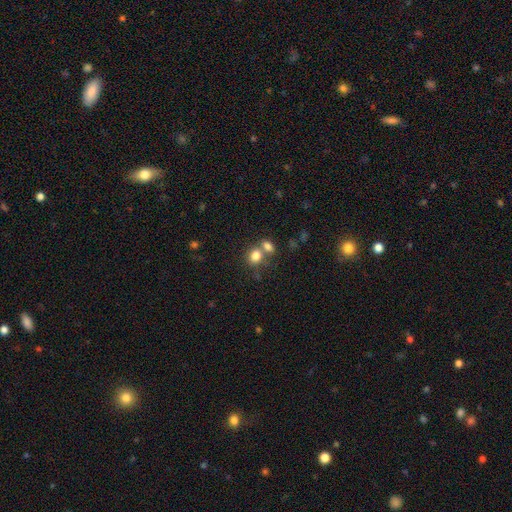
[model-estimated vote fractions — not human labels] Smooth or featured: smooth — 80% (star or artifact — 11%)
How rounded: round — 57% (in between — 42%)
Merging: merger — 45% (none — 43%)